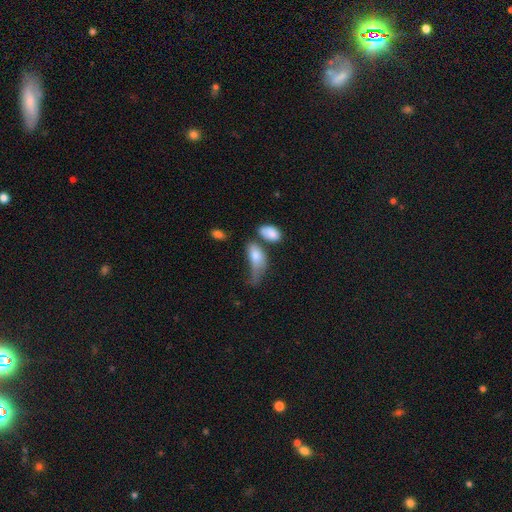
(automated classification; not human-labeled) smooth 73%, featured or disk 19%, star or artifact 8%. Down the decision tree: how rounded — in between (87%); merging — major disturbance (42%).